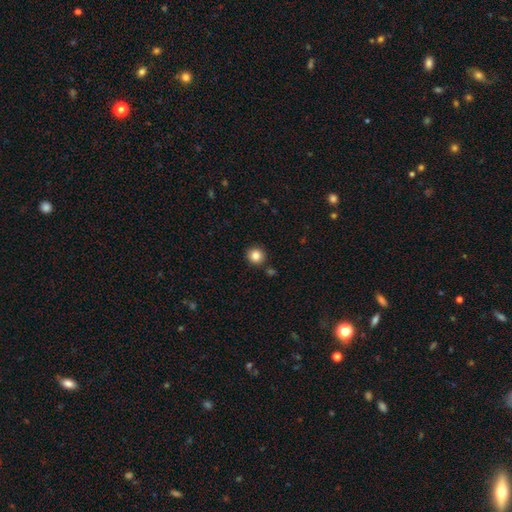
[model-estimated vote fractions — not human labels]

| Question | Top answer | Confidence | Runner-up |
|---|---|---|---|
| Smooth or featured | smooth | 85% | star or artifact (10%) |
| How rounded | round | 89% | in between (10%) |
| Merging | none | 87% | minor disturbance (7%) |